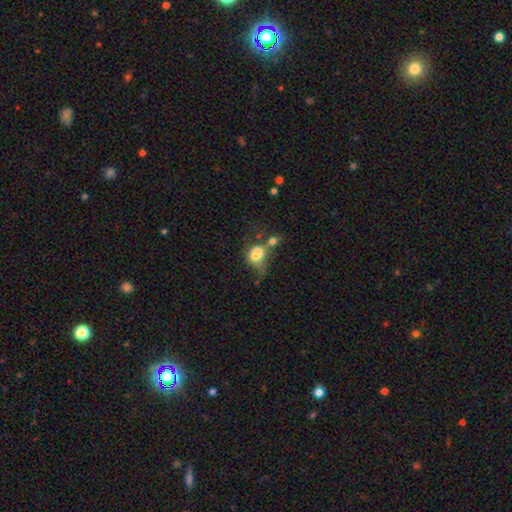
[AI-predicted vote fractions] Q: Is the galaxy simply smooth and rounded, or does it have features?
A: smooth — 69%.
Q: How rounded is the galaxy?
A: in between — 54%.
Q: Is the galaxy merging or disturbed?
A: merger — 48%.